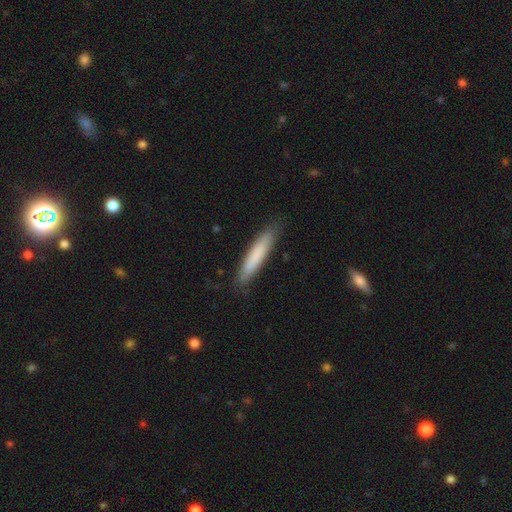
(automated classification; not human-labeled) Overall: smooth (66%). How rounded: cigar-shaped (92%). Merging: none (87%).